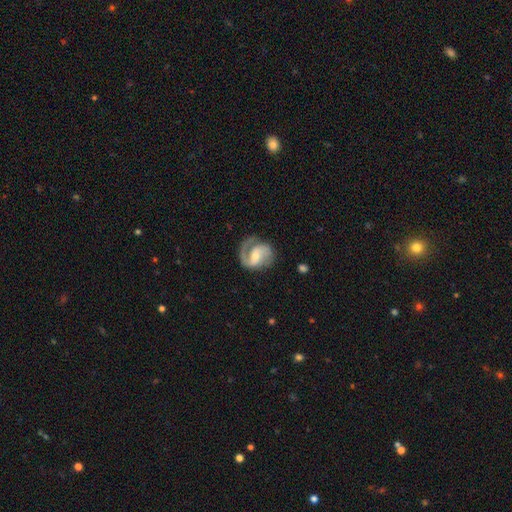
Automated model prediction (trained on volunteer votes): A featured or disk galaxy (84%) with a weak bar (45%), 2 (65%) medium (50%) spiral arms (95%) and a small central bulge (49%). Merging: none (64%).